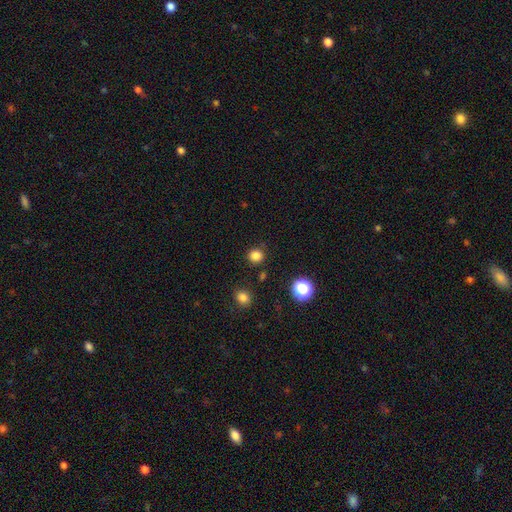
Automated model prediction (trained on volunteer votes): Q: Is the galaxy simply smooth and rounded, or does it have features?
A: smooth — 81%.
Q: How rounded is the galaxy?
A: round — 87%.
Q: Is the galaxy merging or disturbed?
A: none — 86%.